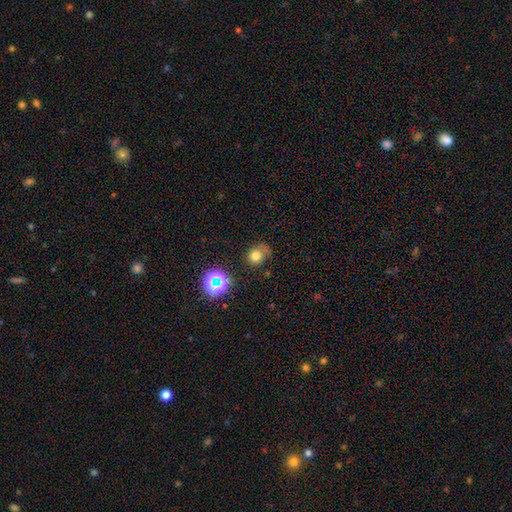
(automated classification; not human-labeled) A smooth galaxy with no disk features (72%) that is round (79%). Merging: none (55%).